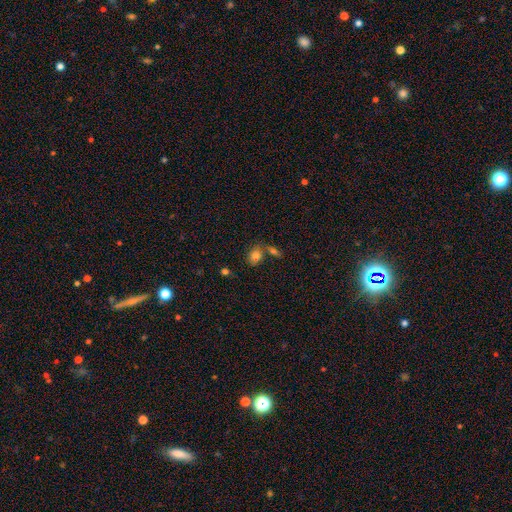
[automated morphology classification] Smooth or featured? Predicted: smooth (p=0.79). How rounded? Predicted: in between (p=0.57). Merging? Predicted: none (p=0.49).